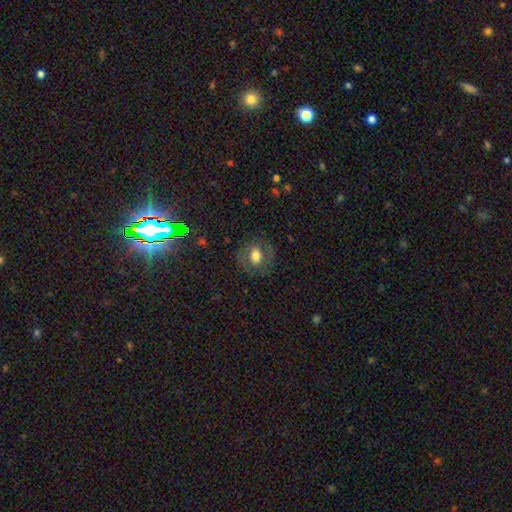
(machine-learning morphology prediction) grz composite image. It shows a smooth galaxy with no disk features (60%) that is round (54%). Merging: none (77%).